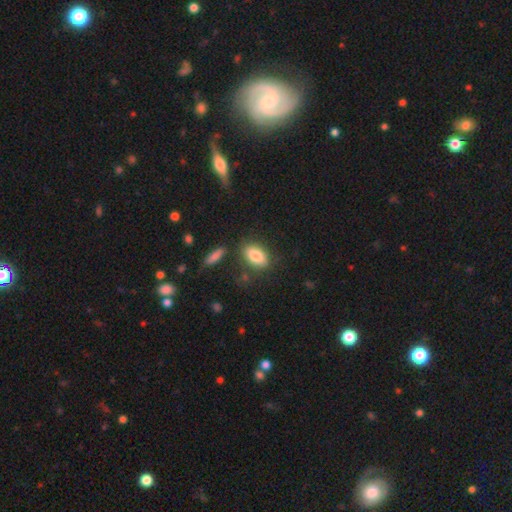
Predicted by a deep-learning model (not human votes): smooth 82%, featured or disk 10%, star or artifact 7%. Down the decision tree: how rounded — in between (88%); merging — none (77%).